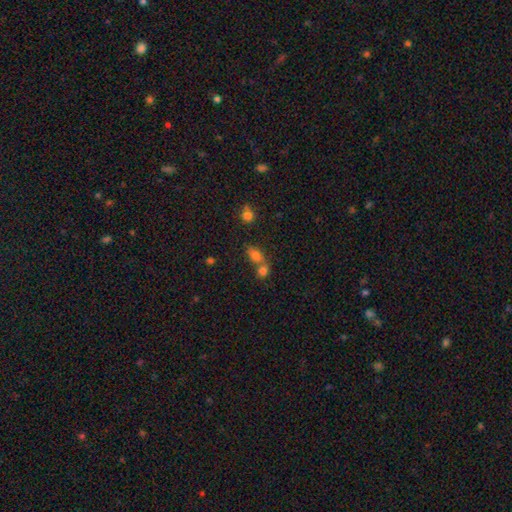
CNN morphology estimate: A smooth galaxy with no disk features (72%) that is in between round and cigar-shaped (68%).

Vote fractions:
- Smooth or featured? smooth: 72% / star or artifact: 18% / featured or disk: 10%
- How rounded? in between: 68% / round: 26% / cigar-shaped: 5%
- Merging? merger: 49% / none: 38% / minor disturbance: 8% / major disturbance: 5%